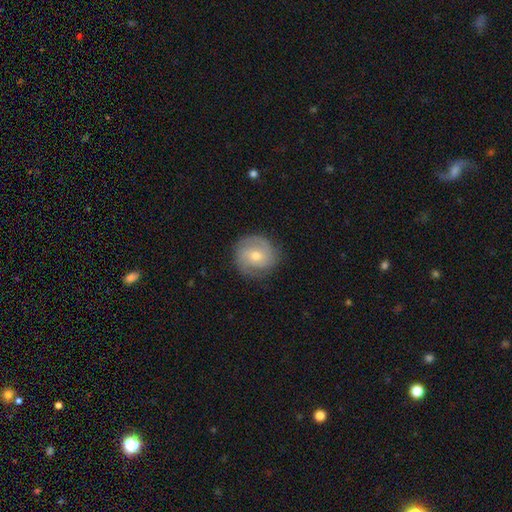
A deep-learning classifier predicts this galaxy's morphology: Smooth or featured: featured or disk — 60% (smooth — 33%)
Edge-on disk: no — 97% (yes — 3%)
Bar: no — 61% (weak — 32%)
Spiral arms: yes — 87% (no — 13%)
Spiral winding: tight — 50% (medium — 38%)
Spiral arm count: 2 — 54% (can't tell — 20%)
Bulge size: moderate — 56% (small — 40%)
Merging: none — 82% (minor disturbance — 13%)